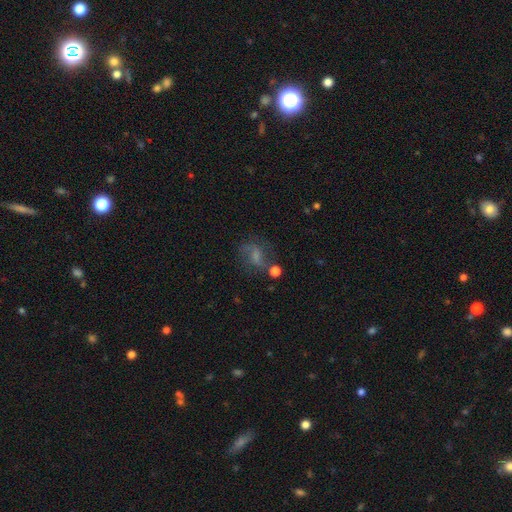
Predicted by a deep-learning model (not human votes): Smooth or featured? featured or disk (47%)
Merging? none (55%)